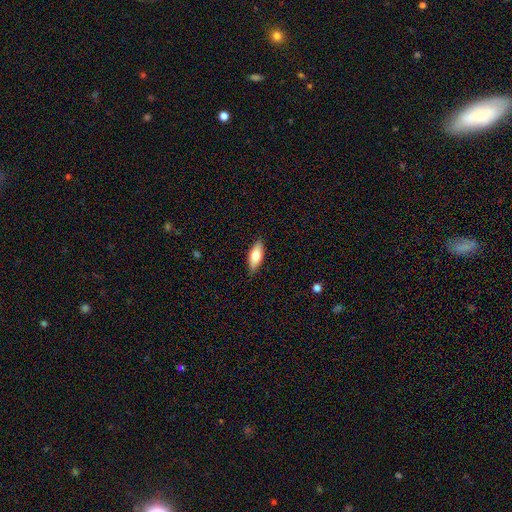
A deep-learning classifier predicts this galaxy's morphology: A smooth galaxy with no disk features (74%) that is in between round and cigar-shaped (78%). Merging: none (85%).